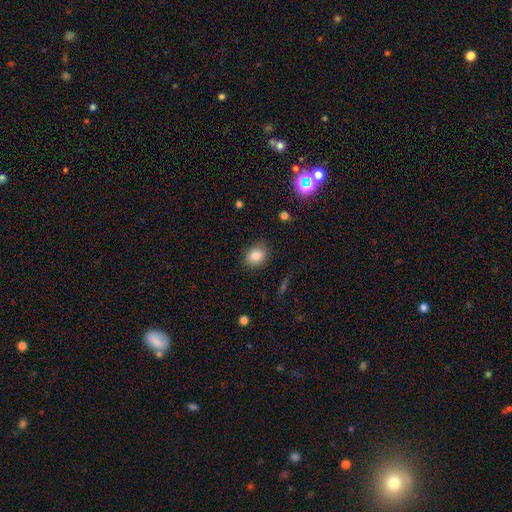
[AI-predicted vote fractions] Q: Smooth or featured?
A: smooth (83%); runner-up: star or artifact (10%)
Q: How rounded?
A: in between (51%); runner-up: round (48%)
Q: Merging?
A: none (83%); runner-up: minor disturbance (12%)